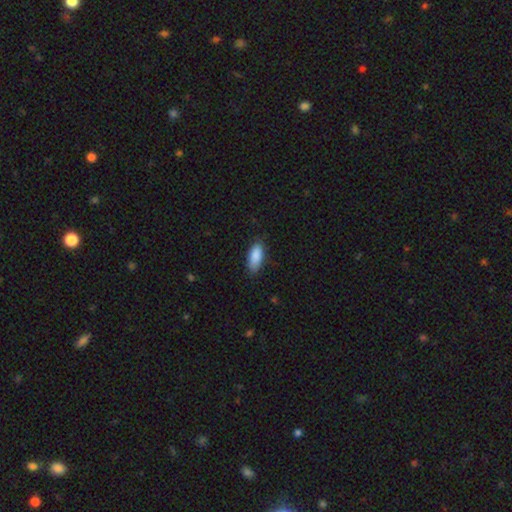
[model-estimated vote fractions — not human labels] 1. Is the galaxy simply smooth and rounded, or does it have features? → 88% smooth, 6% star or artifact, 6% featured or disk.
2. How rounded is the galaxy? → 84% in between, 14% cigar-shaped, 2% round.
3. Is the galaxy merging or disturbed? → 80% none, 16% minor disturbance, 3% major disturbance, 1% merger.